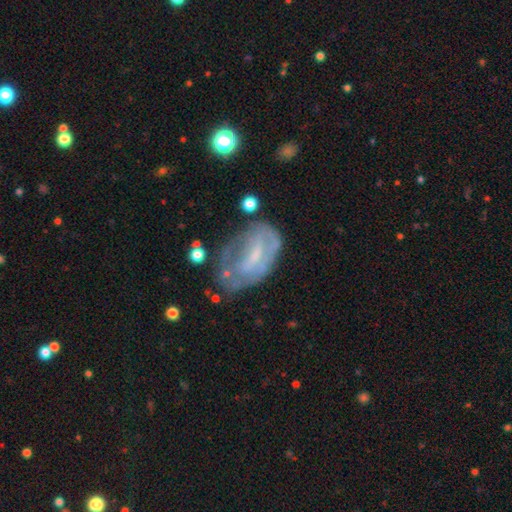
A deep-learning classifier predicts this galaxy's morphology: type=featured or disk (64%); edge-on=no (94%); bar=weak (44%); spiral arms=yes (50%, tied with no); bulge=small (48%); merging=none (41%).